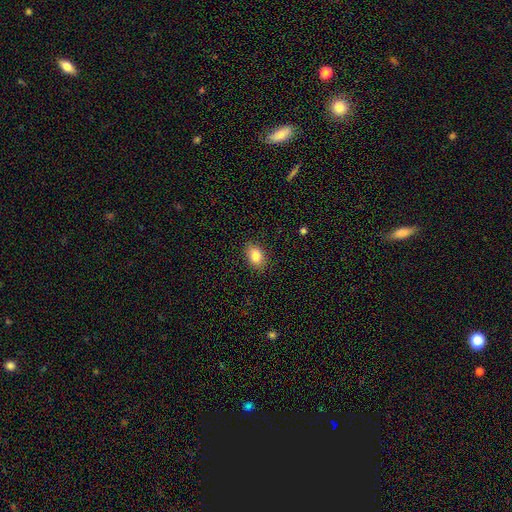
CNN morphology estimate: smooth_or_featured: smooth (p=0.84) [alt: star or artifact p=0.09]
how_rounded: in between (p=0.82) [alt: round p=0.17]
merging: none (p=0.87) [alt: minor disturbance p=0.10]